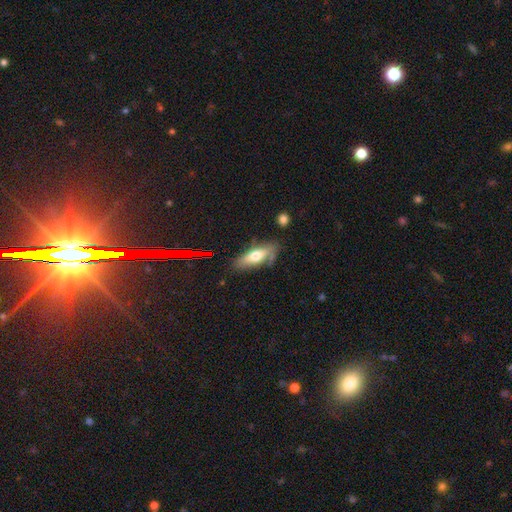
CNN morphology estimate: smooth 57%, featured or disk 35%, star or artifact 8%. Down the decision tree: how rounded — in between (66%); merging — none (68%).